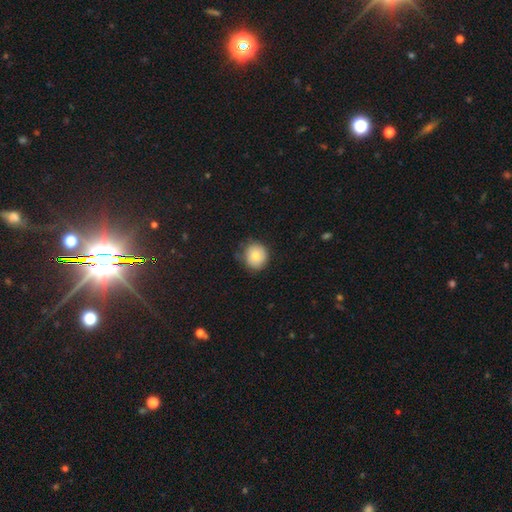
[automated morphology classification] Smooth or featured: smooth — 81% (featured or disk — 11%)
How rounded: round — 86% (in between — 14%)
Merging: none — 74% (minor disturbance — 20%)